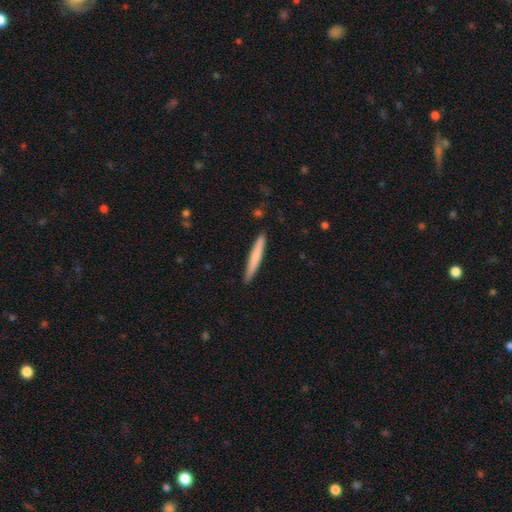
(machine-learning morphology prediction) smooth 70%, featured or disk 25%, star or artifact 5%. Down the decision tree: how rounded — cigar-shaped (96%); merging — none (90%).